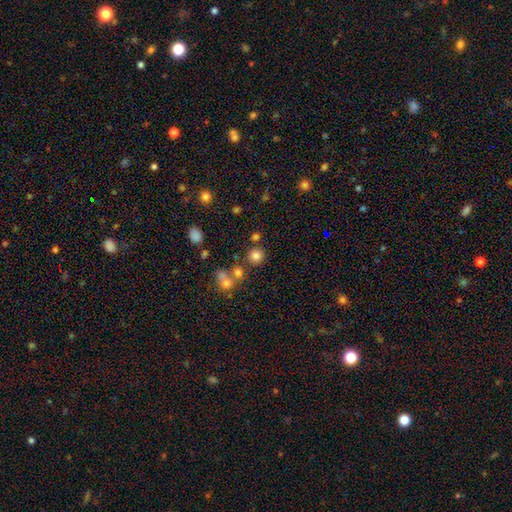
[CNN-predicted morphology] smooth 78%, star or artifact 15%, featured or disk 7%. Down the decision tree: how rounded — round (91%); merging — none (76%).